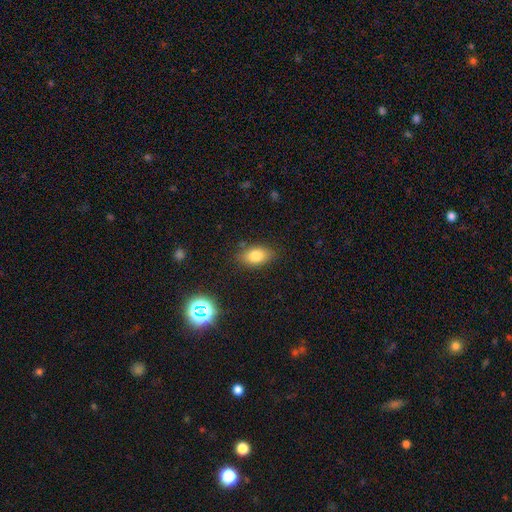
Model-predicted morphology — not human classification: Smooth or featured: smooth — 80% (star or artifact — 11%)
How rounded: in between — 86% (round — 11%)
Merging: none — 82% (minor disturbance — 13%)